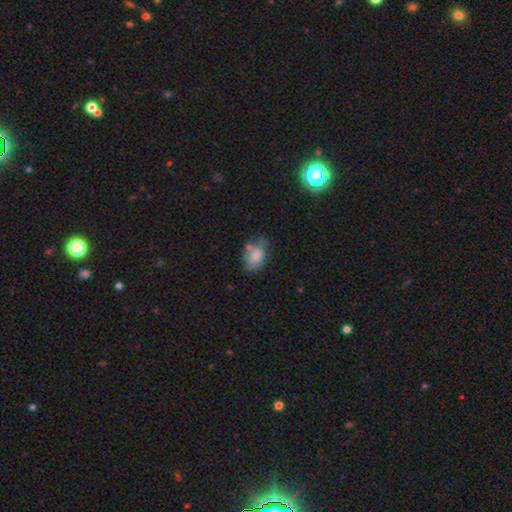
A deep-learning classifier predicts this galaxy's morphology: smooth-or-featured: smooth: 78% | featured or disk: 13% | star or artifact: 9%
  how-rounded: in between: 80% | round: 18% | cigar-shaped: 1%
  merging: none: 46% | minor disturbance: 32% | major disturbance: 12% | merger: 10%